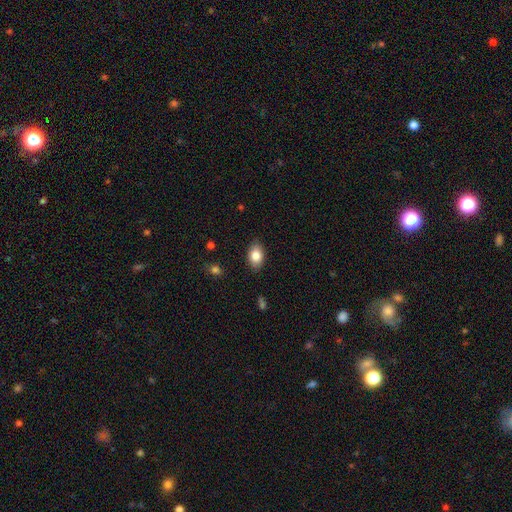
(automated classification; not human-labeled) Smooth or featured?
  - smooth: 84% *
  - featured or disk: 9%
  - star or artifact: 7%
How rounded?
  - in between: 88% *
  - round: 10%
  - cigar-shaped: 1%
Merging?
  - none: 87% *
  - minor disturbance: 10%
  - major disturbance: 2%
  - merger: 1%